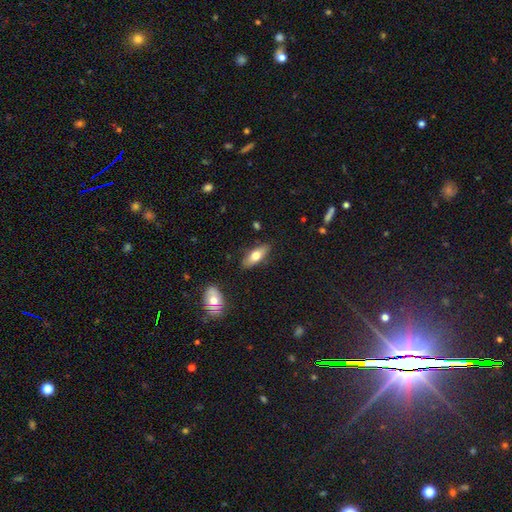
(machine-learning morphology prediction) Smooth or featured? Predicted: smooth (p=0.66). How rounded? Predicted: in between (p=0.65). Merging? Predicted: none (p=0.85).